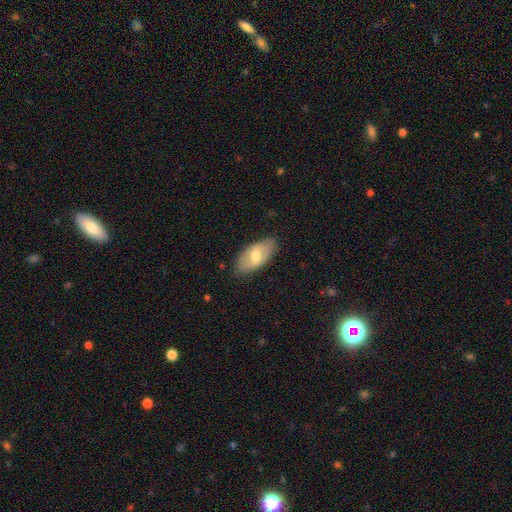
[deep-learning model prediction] smooth_or_featured: smooth (p=0.56) [alt: featured or disk p=0.38]
how_rounded: in between (p=0.92) [alt: cigar-shaped p=0.05]
merging: none (p=0.83) [alt: minor disturbance p=0.13]